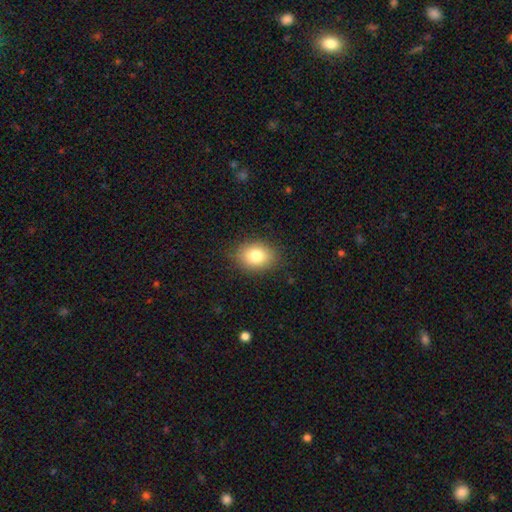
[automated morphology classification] Smooth or featured? smooth (82%)
How rounded? in between (68%)
Merging? none (86%)